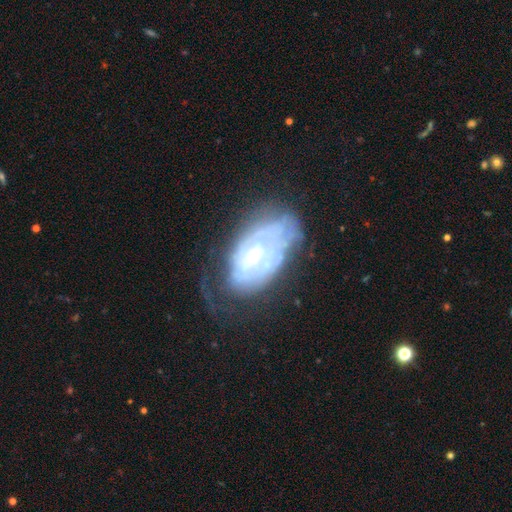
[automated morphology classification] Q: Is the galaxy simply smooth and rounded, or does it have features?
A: featured or disk — 71%.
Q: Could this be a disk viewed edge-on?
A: no — 94%.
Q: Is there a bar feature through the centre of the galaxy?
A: no — 51%.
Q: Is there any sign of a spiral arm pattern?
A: yes — 65%.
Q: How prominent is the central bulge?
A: small — 47%.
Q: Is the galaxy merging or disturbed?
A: none — 41%.